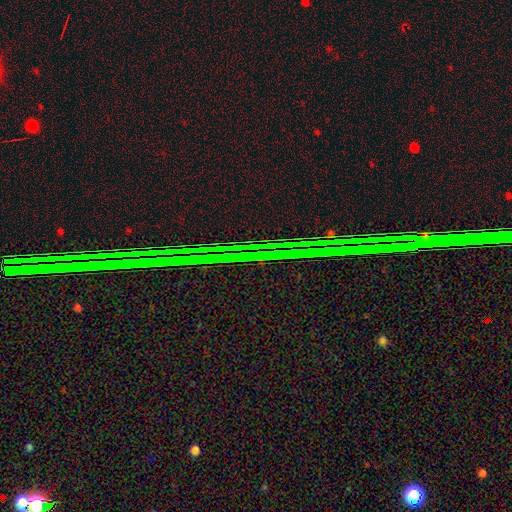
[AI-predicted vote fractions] Q: Smooth or featured?
A: star or artifact (86%); runner-up: featured or disk (8%)